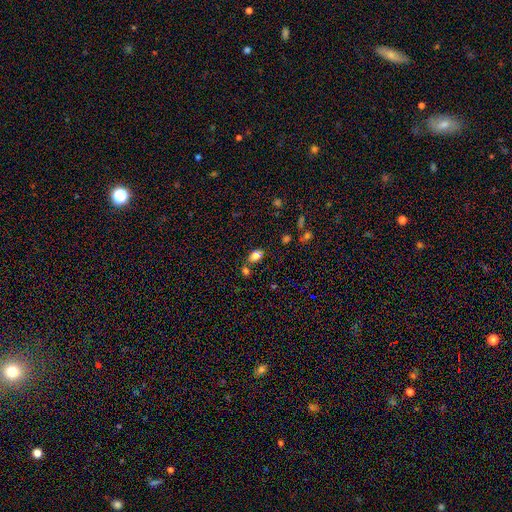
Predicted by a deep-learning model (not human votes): Smooth or featured? smooth (81%)
How rounded? in between (85%)
Merging? none (60%)